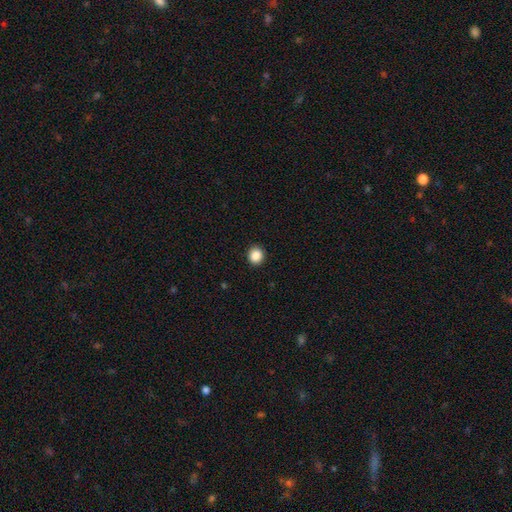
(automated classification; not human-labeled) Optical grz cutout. It shows a smooth galaxy with no disk features (88%) that is round (85%). Merging: none (92%).